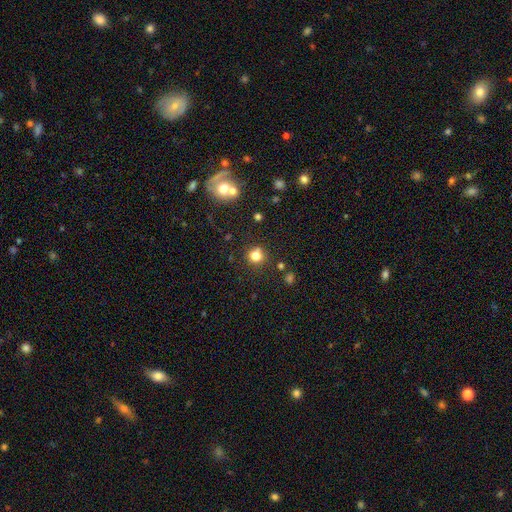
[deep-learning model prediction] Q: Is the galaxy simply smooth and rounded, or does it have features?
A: smooth — 78%.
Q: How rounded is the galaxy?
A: round — 90%.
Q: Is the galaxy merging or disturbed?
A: none — 79%.